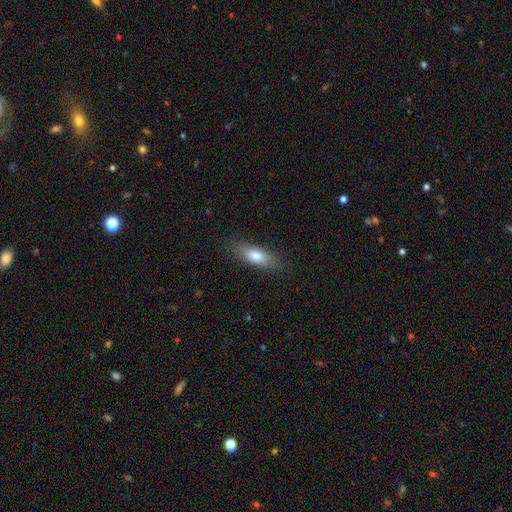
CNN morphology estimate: smooth 78%, featured or disk 16%, star or artifact 7%. Down the decision tree: how rounded — in between (60%); merging — none (83%).